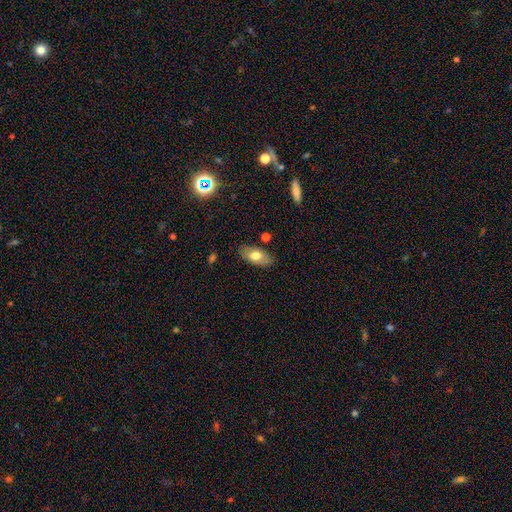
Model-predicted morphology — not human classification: type=smooth (71%); roundness=in between (92%); merging=none (83%).